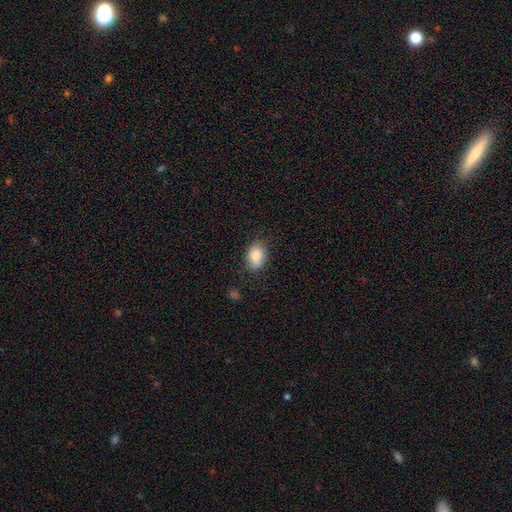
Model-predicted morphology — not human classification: Overall: smooth (84%). How rounded: in between (73%). Merging: none (75%).